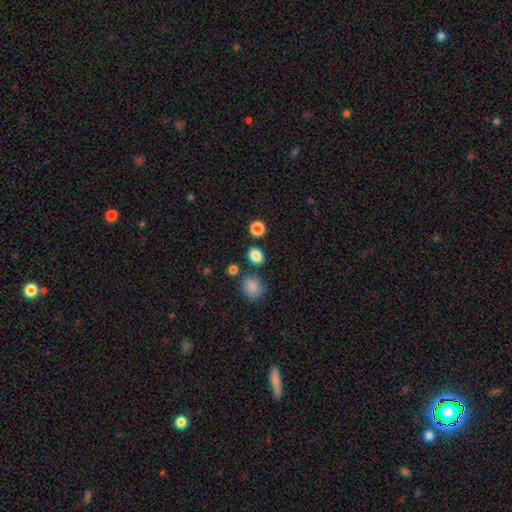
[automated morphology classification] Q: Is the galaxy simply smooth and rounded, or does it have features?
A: smooth — 85%.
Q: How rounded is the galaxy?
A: in between — 54%.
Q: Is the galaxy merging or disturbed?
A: none — 80%.